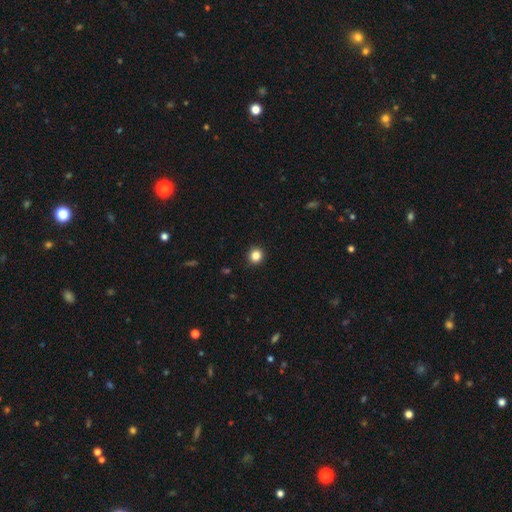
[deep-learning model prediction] This appears to be a smooth galaxy with no disk features (84%) that is round (92%). Merging: none (93%).